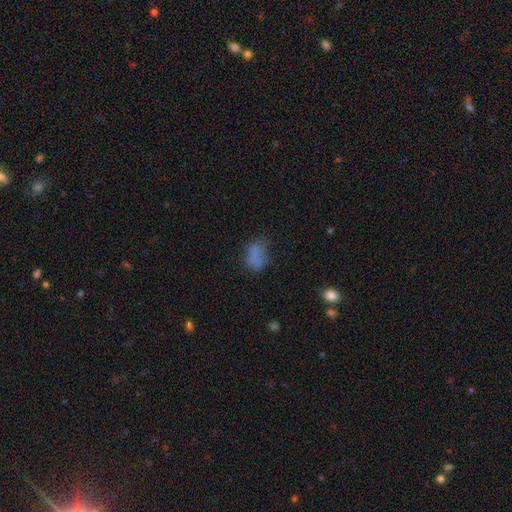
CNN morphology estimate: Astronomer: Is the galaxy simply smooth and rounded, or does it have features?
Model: smooth — 72%.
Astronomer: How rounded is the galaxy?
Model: in between — 81%.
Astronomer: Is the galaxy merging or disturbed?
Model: none — 48% (runner-up: minor disturbance, 27%).